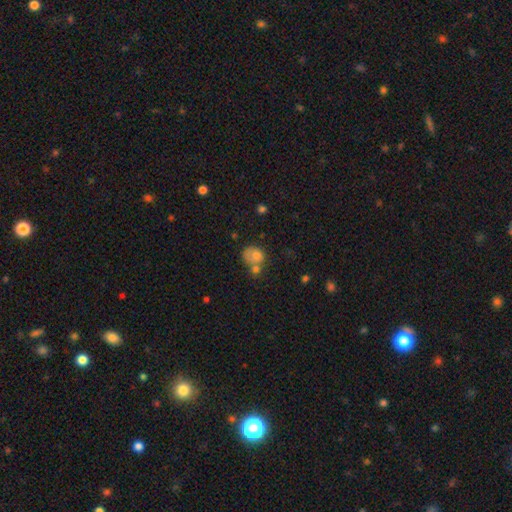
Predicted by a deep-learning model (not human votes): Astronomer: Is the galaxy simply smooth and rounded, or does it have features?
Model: smooth — 71%.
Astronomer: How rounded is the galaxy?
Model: round — 65%.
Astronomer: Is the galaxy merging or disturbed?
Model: merger — 39% (runner-up: none, 33%).